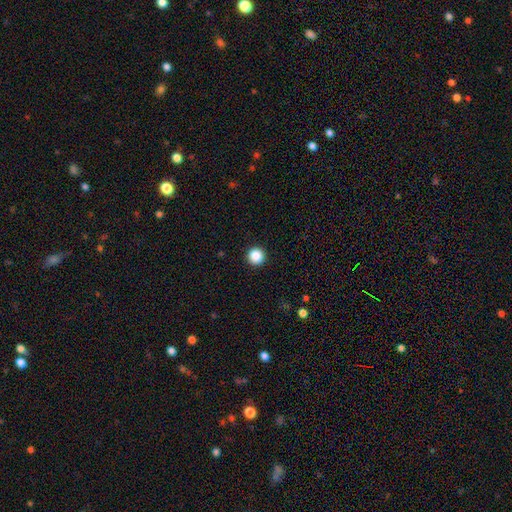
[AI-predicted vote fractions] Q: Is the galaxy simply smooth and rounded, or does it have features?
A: smooth — 87%.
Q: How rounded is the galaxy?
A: round — 96%.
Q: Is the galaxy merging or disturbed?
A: none — 94%.